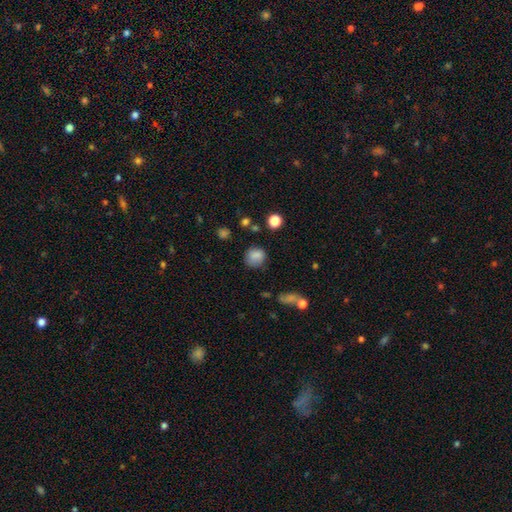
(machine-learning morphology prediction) type=smooth (81%); roundness=round (78%); merging=none (73%).